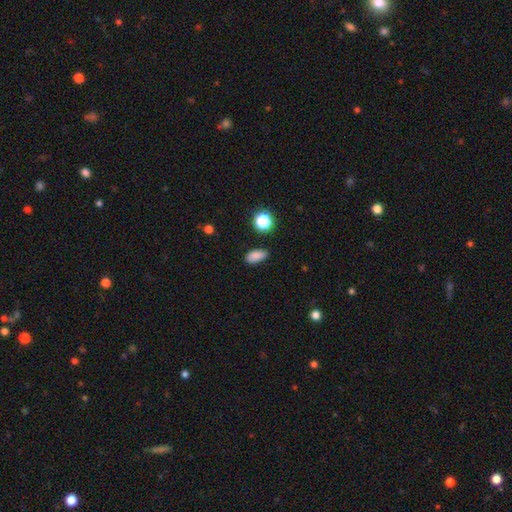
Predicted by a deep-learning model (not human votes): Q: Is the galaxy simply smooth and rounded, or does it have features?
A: smooth — 83%.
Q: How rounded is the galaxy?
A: in between — 85%.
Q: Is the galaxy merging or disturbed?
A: none — 79%.